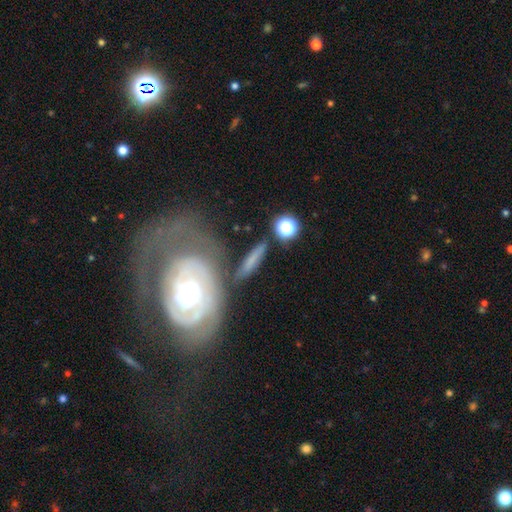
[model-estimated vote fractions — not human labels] A featured or disk galaxy (69%) with no bar (58%), spiral arms (76%) and a moderate central bulge (66%). Merging: none (49%).